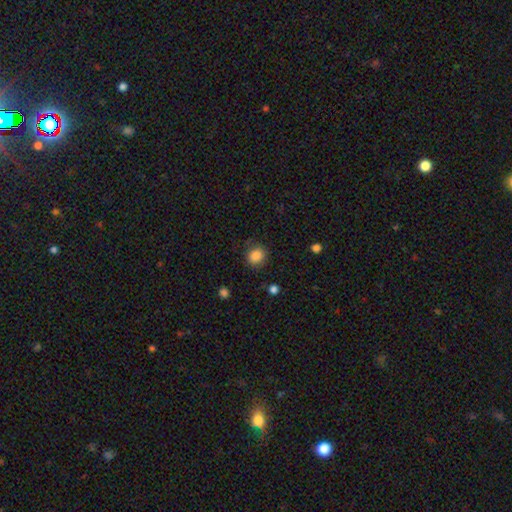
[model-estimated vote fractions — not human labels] A smooth galaxy with no disk features (86%) that is round (77%). Merging: none (84%).